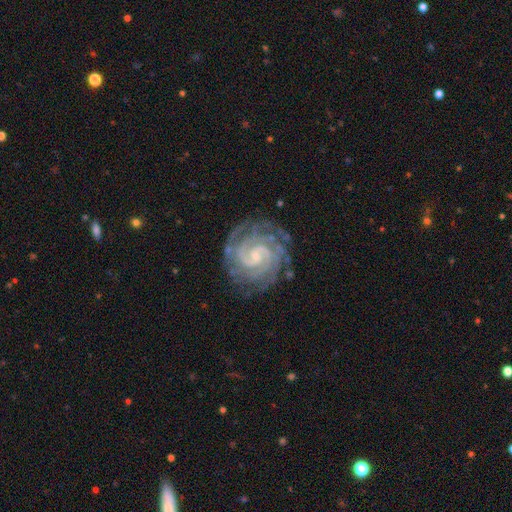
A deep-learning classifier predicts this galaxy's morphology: A featured or disk galaxy (91%) with a weak bar (45%), 2 (36%) tight (81%) spiral arms (99%) and a small central bulge (74%).

Vote fractions:
- Smooth or featured? featured or disk: 91% / star or artifact: 6% / smooth: 3%
- Edge-on disk? no: 98% / yes: 2%
- Bar? weak: 45% / no: 38% / strong: 18%
- Spiral arms? yes: 99% / no: 1%
- Spiral winding? tight: 81% / medium: 17% / loose: 2%
- Spiral arm count? 2: 36% / 3: 20% / 4: 15% / can't tell: 15% / more than 4: 8% / 1: 7%
- Bulge size? small: 74% / moderate: 17% / none: 7% / large: 1% / dominant: 1%
- Merging? none: 81% / minor disturbance: 13% / major disturbance: 4% / merger: 1%